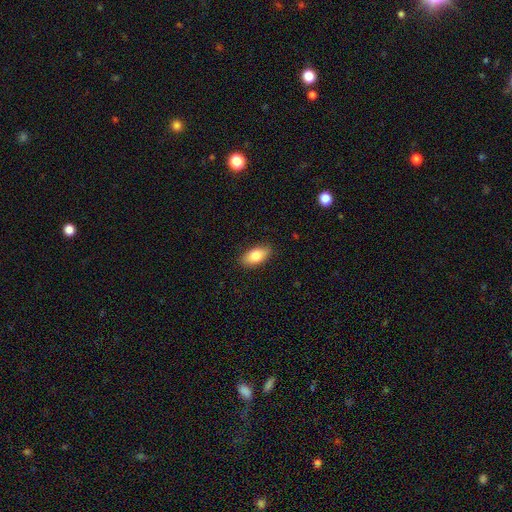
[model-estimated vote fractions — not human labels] Morphology: type=smooth (82%); roundness=in between (91%); merging=none (86%).